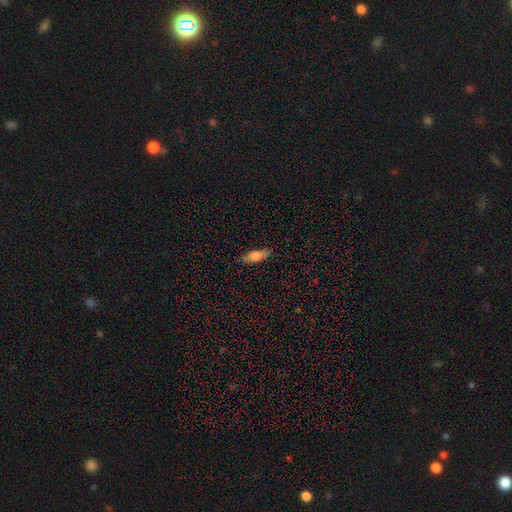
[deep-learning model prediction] Smooth or featured? Predicted: smooth (p=0.74). How rounded? Predicted: in between (p=0.60). Merging? Predicted: none (p=0.84).